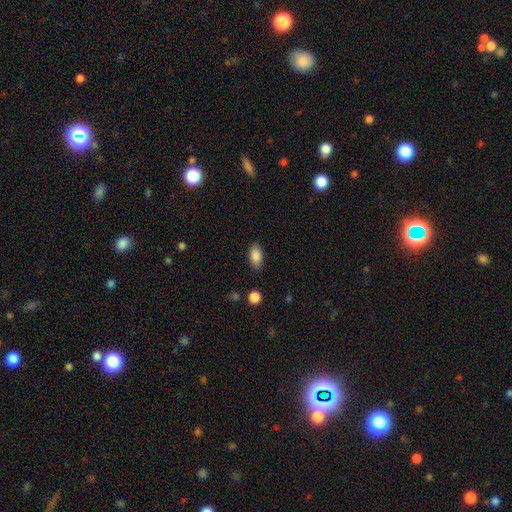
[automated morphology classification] Smooth or featured?
  - smooth: 87% *
  - star or artifact: 7%
  - featured or disk: 6%
How rounded?
  - in between: 92% *
  - cigar-shaped: 4%
  - round: 4%
Merging?
  - none: 86% *
  - minor disturbance: 10%
  - major disturbance: 3%
  - merger: 1%